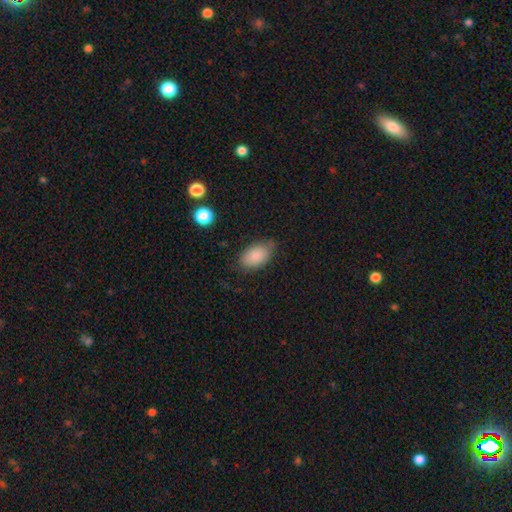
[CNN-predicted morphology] Overall: smooth (87%). How rounded: in between (93%). Merging: none (72%).